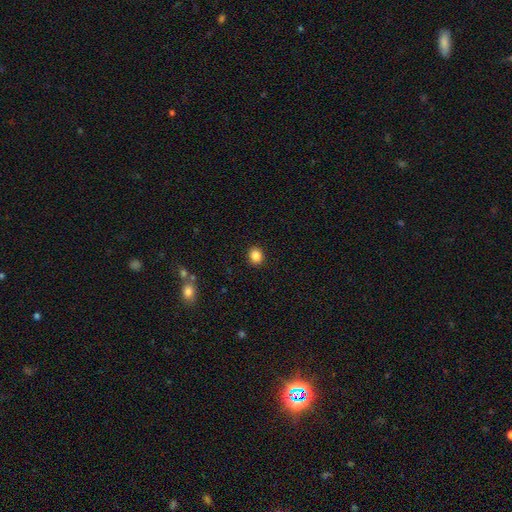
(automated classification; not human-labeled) A smooth galaxy with no disk features (86%) that is round (72%).

Vote fractions:
- Smooth or featured? smooth: 86% / star or artifact: 10% / featured or disk: 4%
- How rounded? round: 72% / in between: 27% / cigar-shaped: 1%
- Merging? none: 92% / minor disturbance: 5% / major disturbance: 2% / merger: 1%